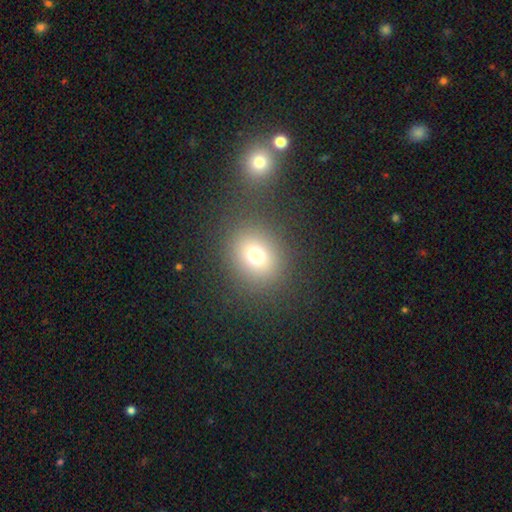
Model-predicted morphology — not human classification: This appears to be a smooth galaxy with no disk features (72%) that is round (74%). Merging: none (82%).